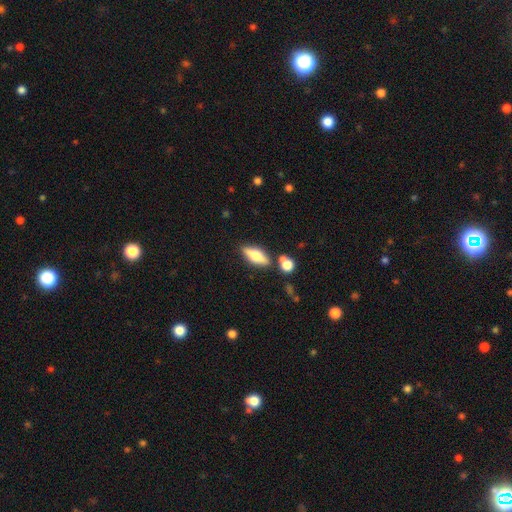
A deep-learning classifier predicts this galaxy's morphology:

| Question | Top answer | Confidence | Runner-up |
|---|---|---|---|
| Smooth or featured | smooth | 56% | featured or disk (37%) |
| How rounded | in between | 63% | cigar-shaped (33%) |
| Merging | none | 75% | minor disturbance (11%) |